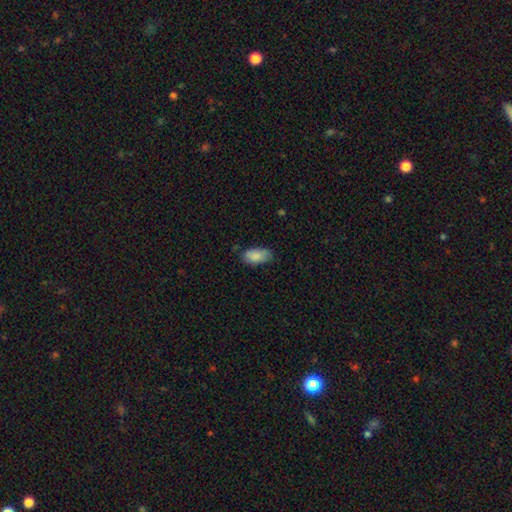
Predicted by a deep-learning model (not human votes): Q: Smooth or featured?
A: smooth (86%); runner-up: featured or disk (7%)
Q: How rounded?
A: in between (94%); runner-up: cigar-shaped (3%)
Q: Merging?
A: none (74%); runner-up: minor disturbance (21%)